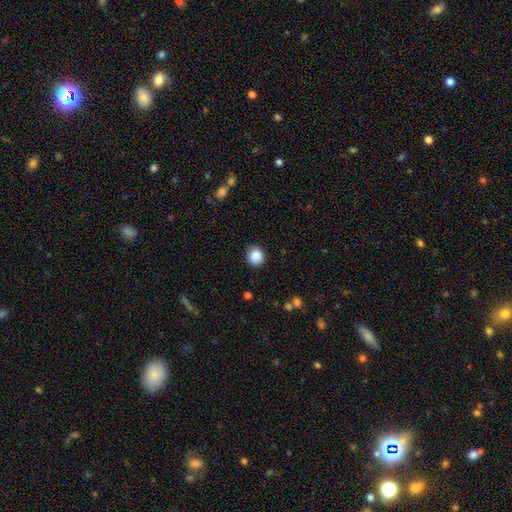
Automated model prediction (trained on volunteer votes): The model was most divided on "how rounded": round: 83%, in between: 16%, cigar-shaped: 1%. More confident: smooth or featured — smooth (87%); merging — none (86%).